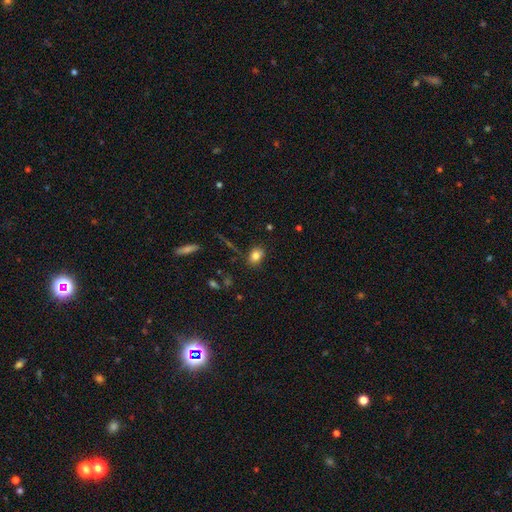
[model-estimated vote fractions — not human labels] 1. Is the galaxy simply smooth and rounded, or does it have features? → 81% smooth, 11% star or artifact, 9% featured or disk.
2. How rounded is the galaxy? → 69% in between, 29% round, 2% cigar-shaped.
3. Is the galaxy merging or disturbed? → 79% none, 15% minor disturbance, 4% major disturbance, 3% merger.